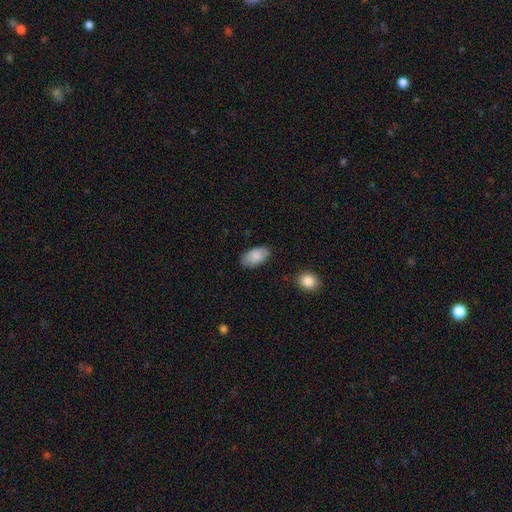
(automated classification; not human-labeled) Smooth or featured: smooth — 86% (featured or disk — 8%)
How rounded: in between — 95% (round — 3%)
Merging: none — 82% (minor disturbance — 13%)